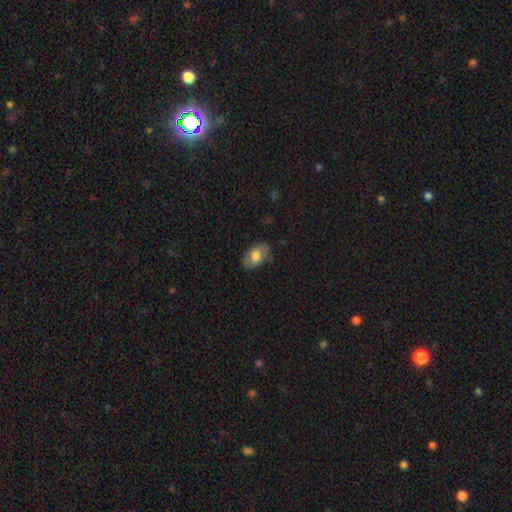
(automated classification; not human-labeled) Smooth or featured?
  - smooth: 72% *
  - featured or disk: 21%
  - star or artifact: 7%
How rounded?
  - in between: 89% *
  - round: 9%
  - cigar-shaped: 1%
Merging?
  - none: 78% *
  - minor disturbance: 17%
  - major disturbance: 4%
  - merger: 1%